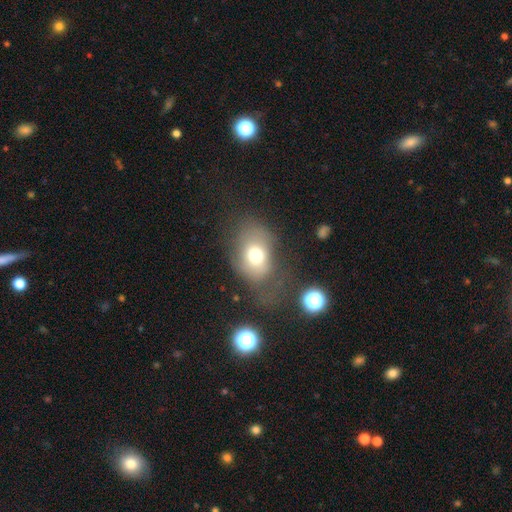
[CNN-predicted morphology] This is likely a smooth galaxy (70%). How rounded: likely in between (66%). Merging: marginally none (40%).